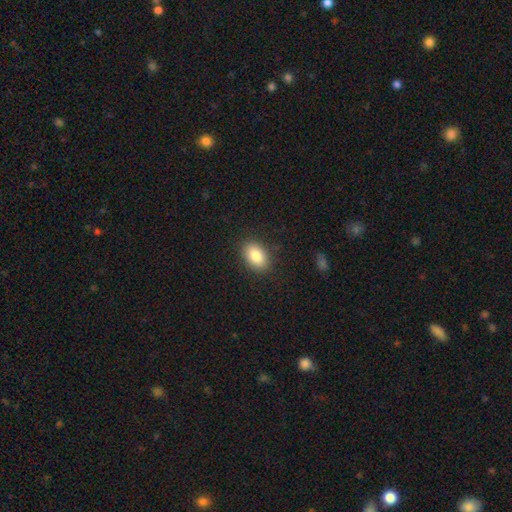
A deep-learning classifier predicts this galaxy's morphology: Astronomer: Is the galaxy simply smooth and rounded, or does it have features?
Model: smooth — 86%.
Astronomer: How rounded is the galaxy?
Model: in between — 87%.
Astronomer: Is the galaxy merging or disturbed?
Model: none — 87%.